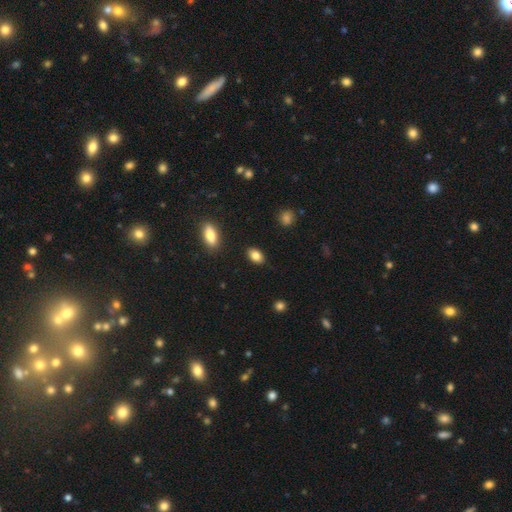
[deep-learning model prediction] Smooth or featured? Predicted: smooth (p=0.84). How rounded? Predicted: in between (p=0.86). Merging? Predicted: none (p=0.87).